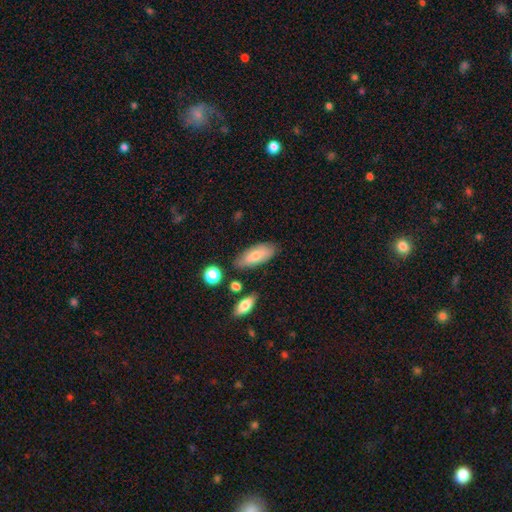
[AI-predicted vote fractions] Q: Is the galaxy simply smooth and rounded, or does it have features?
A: smooth — 73%.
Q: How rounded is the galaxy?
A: in between — 82%.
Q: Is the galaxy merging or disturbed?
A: none — 76%.